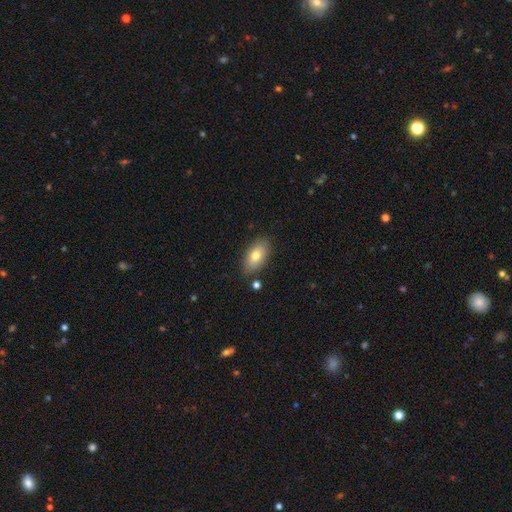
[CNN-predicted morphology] type=smooth (75%); roundness=in between (90%); merging=none (83%).